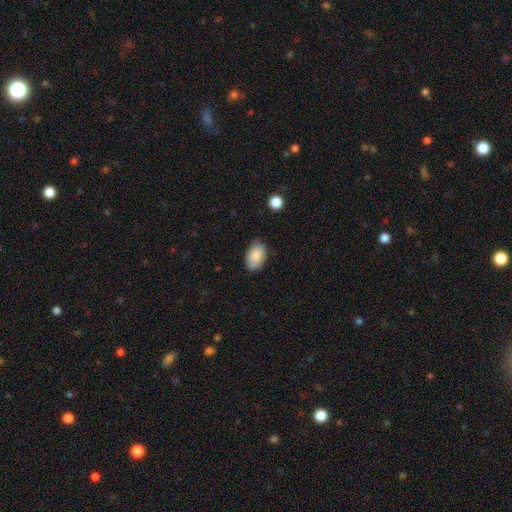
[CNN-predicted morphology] Smooth or featured: smooth — 86% (featured or disk — 7%)
How rounded: in between — 91% (round — 8%)
Merging: none — 74% (minor disturbance — 21%)